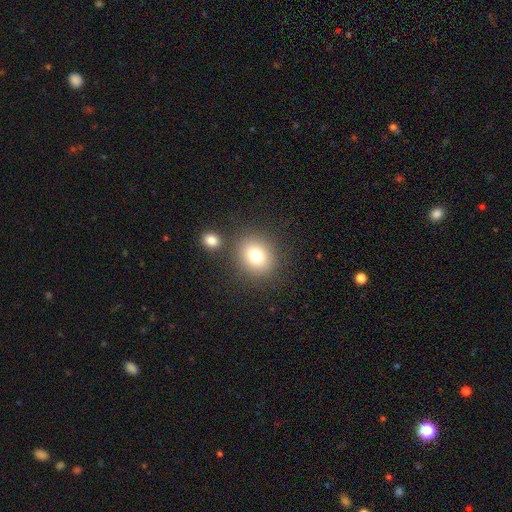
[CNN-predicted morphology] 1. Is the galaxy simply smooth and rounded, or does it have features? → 78% smooth, 12% star or artifact, 10% featured or disk.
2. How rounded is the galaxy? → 72% round, 27% in between, 1% cigar-shaped.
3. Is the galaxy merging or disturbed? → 79% none, 9% minor disturbance, 9% merger, 4% major disturbance.